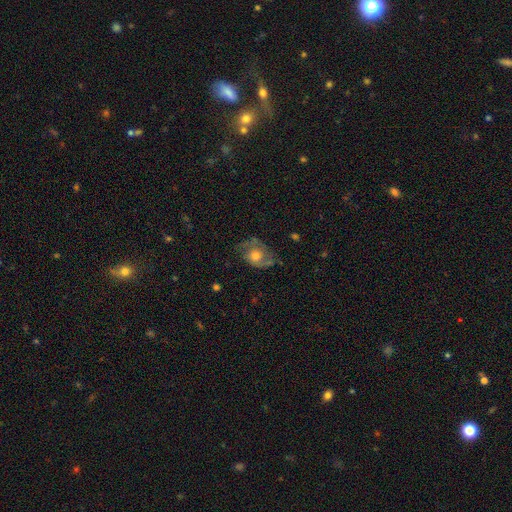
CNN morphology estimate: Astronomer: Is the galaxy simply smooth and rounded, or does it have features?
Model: featured or disk — 65%.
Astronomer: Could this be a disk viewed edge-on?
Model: no — 96%.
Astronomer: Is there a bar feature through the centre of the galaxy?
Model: no — 77%.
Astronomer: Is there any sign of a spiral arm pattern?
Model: yes — 83%.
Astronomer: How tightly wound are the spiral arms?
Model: medium — 46% (runner-up: loose, 31%).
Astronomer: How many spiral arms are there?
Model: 2 — 77%.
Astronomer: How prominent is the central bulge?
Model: moderate — 64%.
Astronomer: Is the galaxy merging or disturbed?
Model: none — 57%.